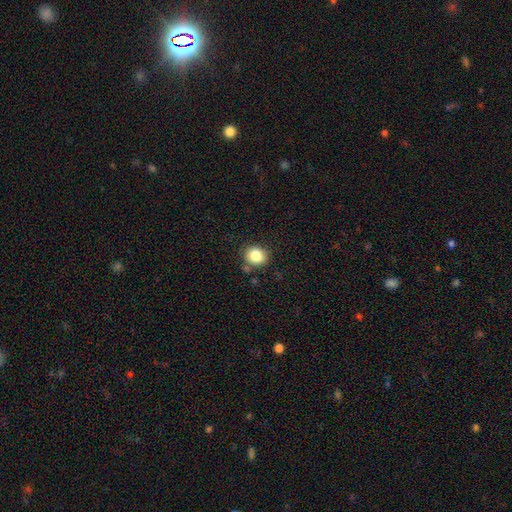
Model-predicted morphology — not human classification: smooth 85%, star or artifact 10%, featured or disk 5%. Down the decision tree: how rounded — round (77%); merging — none (79%).